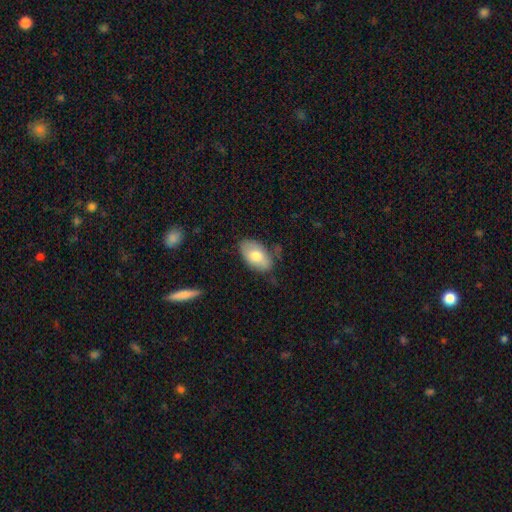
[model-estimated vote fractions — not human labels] Smooth or featured? Predicted: smooth (p=0.73). How rounded? Predicted: in between (p=0.94). Merging? Predicted: none (p=0.71).